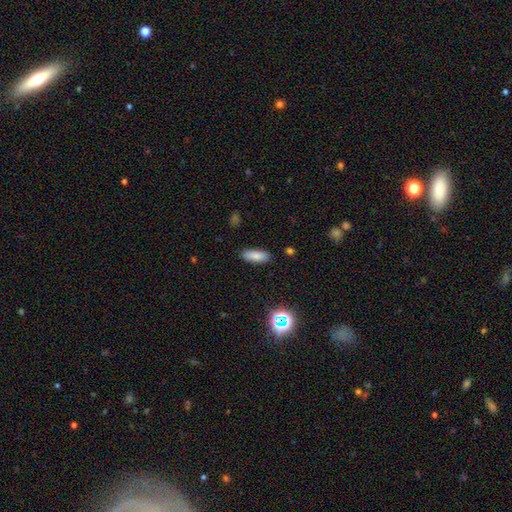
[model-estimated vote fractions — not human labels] The model was most divided on "how rounded": in between: 71%, cigar-shaped: 27%, round: 3%. More confident: merging — none (87%); smooth or featured — smooth (82%).